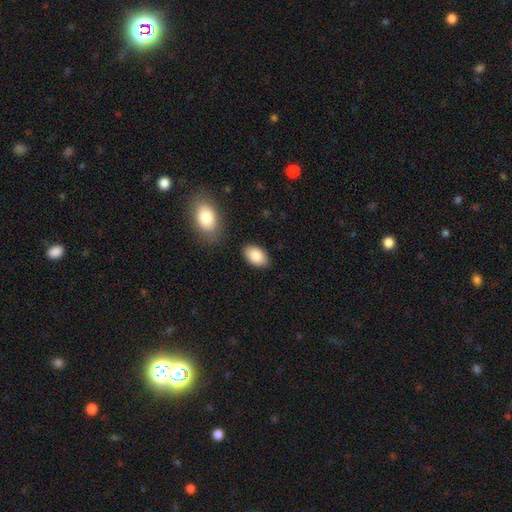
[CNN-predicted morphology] Smooth or featured: smooth — 86% (featured or disk — 7%)
How rounded: in between — 93% (round — 6%)
Merging: none — 84% (minor disturbance — 10%)